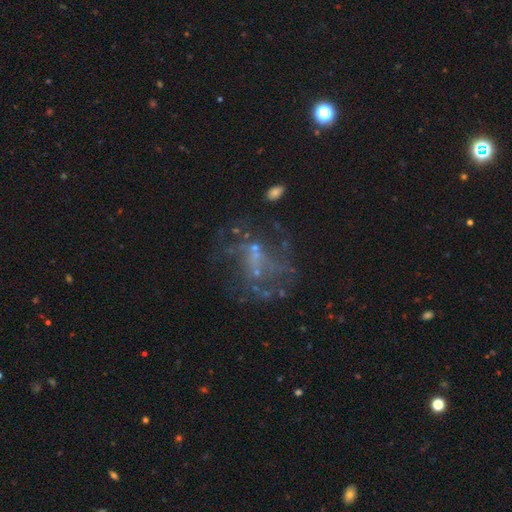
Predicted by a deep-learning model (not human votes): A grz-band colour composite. It shows a featured or disk galaxy (64%) with no bar (75%), no spiral arms (66%) and no central bulge (50%). Merging: none (46%).